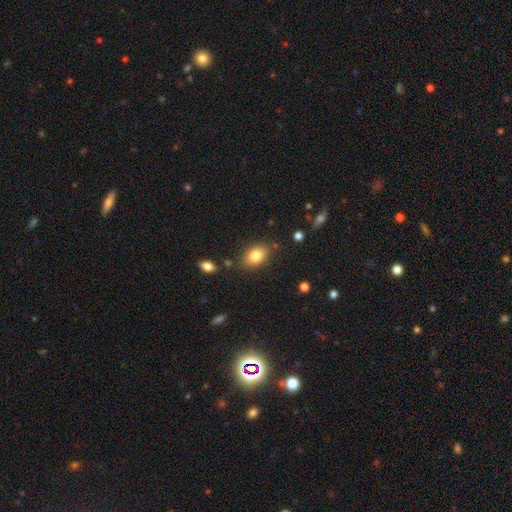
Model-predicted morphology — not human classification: Smooth or featured? Predicted: smooth (p=0.82). How rounded? Predicted: in between (p=0.83). Merging? Predicted: none (p=0.80).